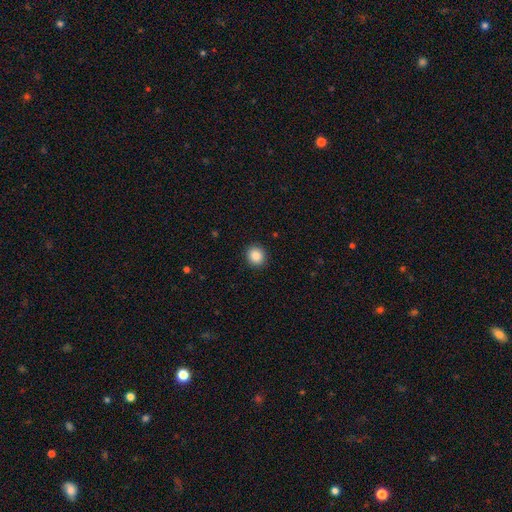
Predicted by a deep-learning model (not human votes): This is clearly a smooth galaxy (87%). How rounded: clearly round (85%). Merging: clearly none (91%).